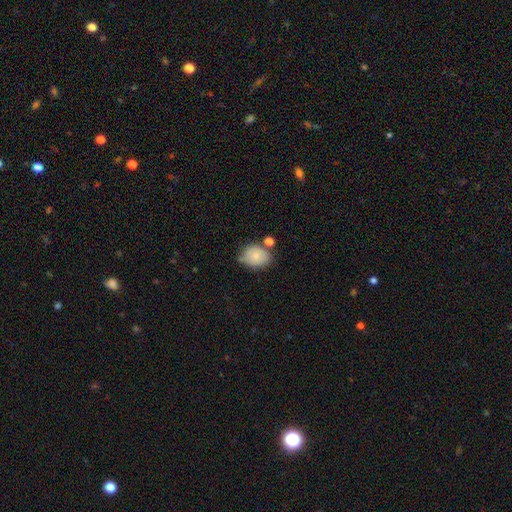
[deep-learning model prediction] The model was most divided on "how rounded": in between: 59%, round: 40%, cigar-shaped: 1%. More confident: smooth or featured — smooth (80%); merging — none (58%).